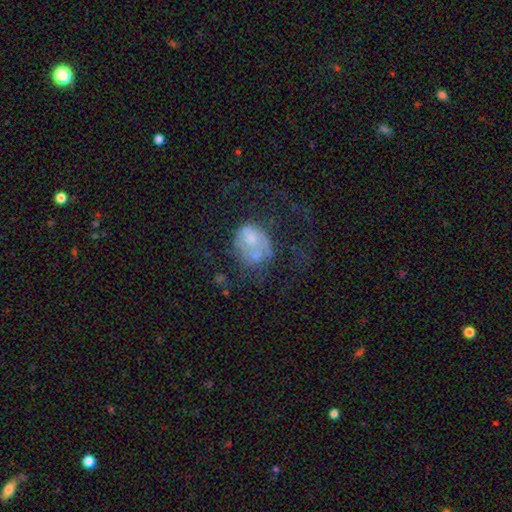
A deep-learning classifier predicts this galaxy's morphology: This appears to be a featured or disk galaxy (42%). Merging: major disturbance (39%).